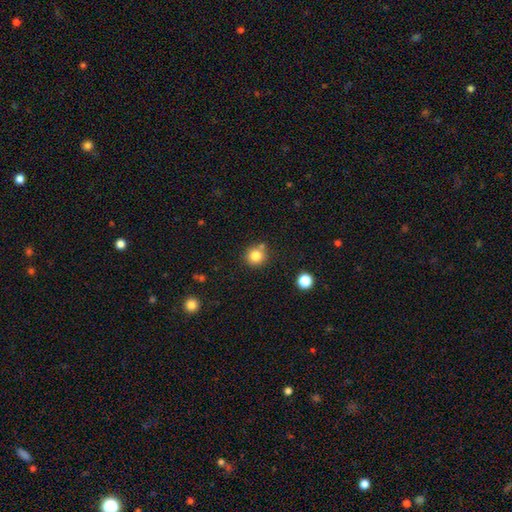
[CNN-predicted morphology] A smooth galaxy with no disk features (82%) that is round (92%). Merging: none (73%).